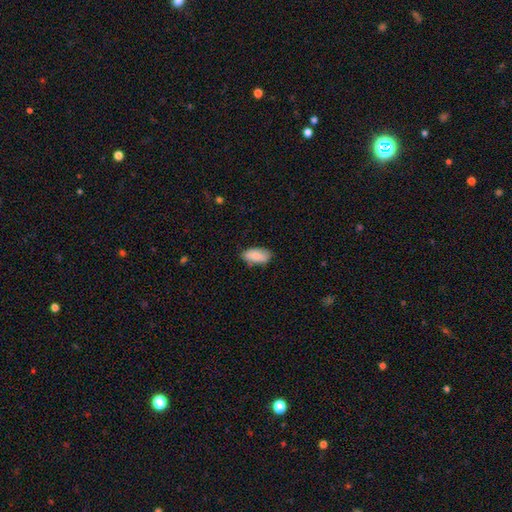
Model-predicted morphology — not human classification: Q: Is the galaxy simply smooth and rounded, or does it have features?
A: smooth — 84%.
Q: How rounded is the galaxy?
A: in between — 92%.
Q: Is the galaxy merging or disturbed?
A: none — 77%.